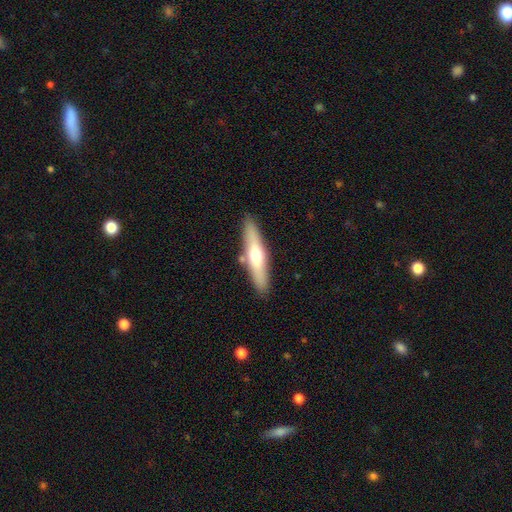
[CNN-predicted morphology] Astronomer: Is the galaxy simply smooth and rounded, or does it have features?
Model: smooth — 51% (runner-up: featured or disk, 43%).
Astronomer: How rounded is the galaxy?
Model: cigar-shaped — 78%.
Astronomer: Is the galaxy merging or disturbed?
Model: none — 84%.